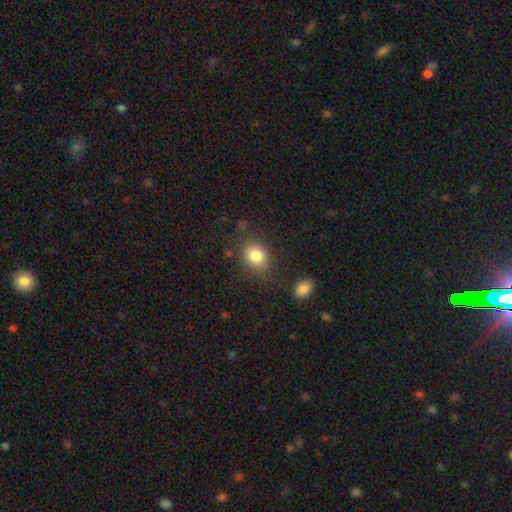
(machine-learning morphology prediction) type=smooth (82%); roundness=in between (54%); merging=none (76%).